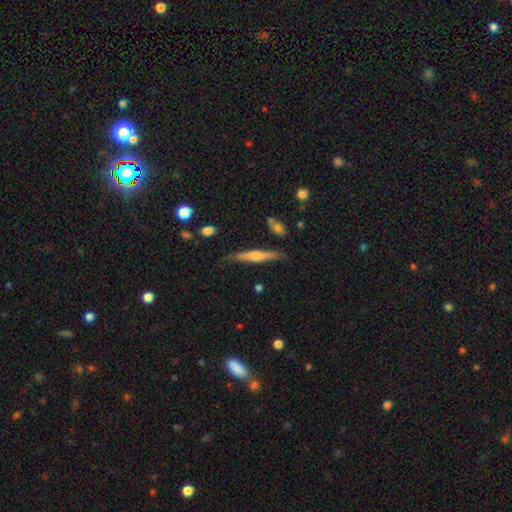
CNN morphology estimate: featured or disk 48%, smooth 46%, star or artifact 6%. Down the decision tree: merging — none (76%).